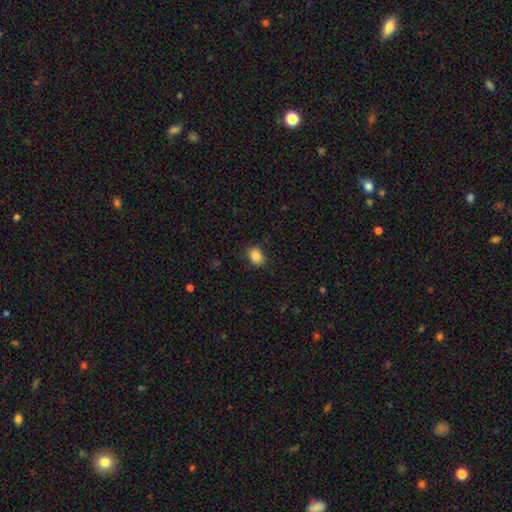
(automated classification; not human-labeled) The model was most divided on "how rounded": in between: 61%, round: 38%, cigar-shaped: 1%. More confident: smooth or featured — smooth (88%); merging — none (85%).